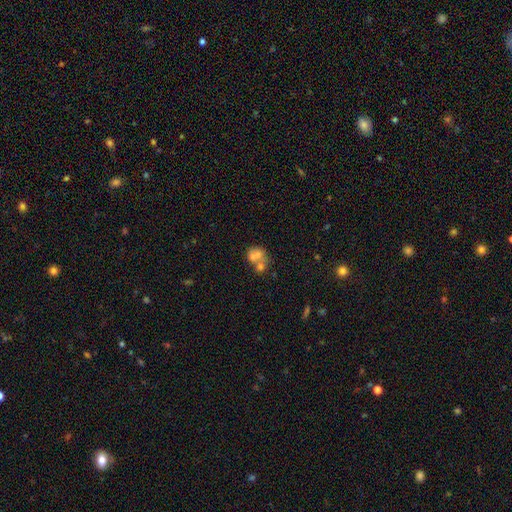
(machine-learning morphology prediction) Smooth or featured?
  - smooth: 55% *
  - featured or disk: 33%
  - star or artifact: 12%
How rounded?
  - round: 55% *
  - in between: 44%
  - cigar-shaped: 1%
Merging?
  - merger: 59% *
  - none: 26%
  - minor disturbance: 9%
  - major disturbance: 7%